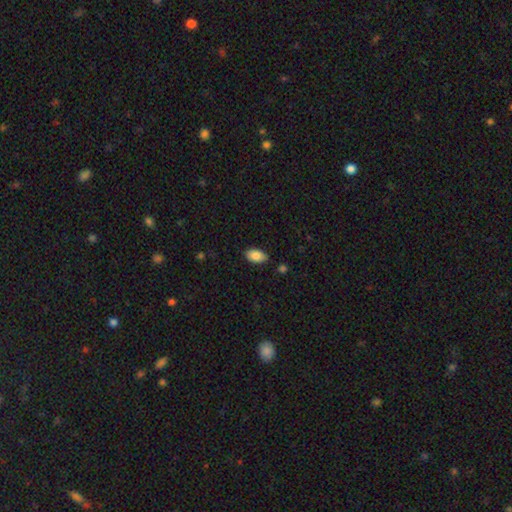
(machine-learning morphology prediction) A smooth galaxy with no disk features (84%) that is in between round and cigar-shaped (94%). Merging: none (85%).